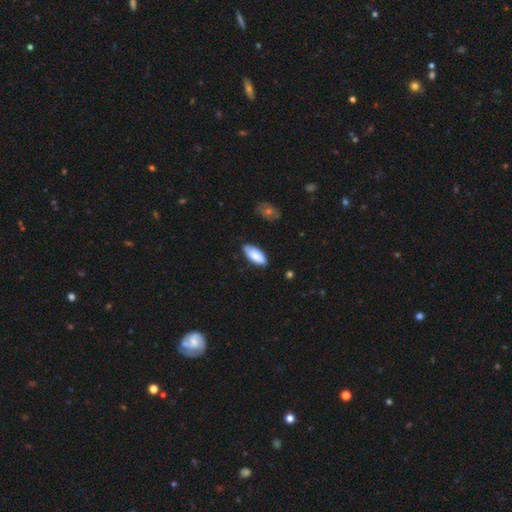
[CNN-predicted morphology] type=smooth (84%); roundness=in between (84%); merging=none (78%).